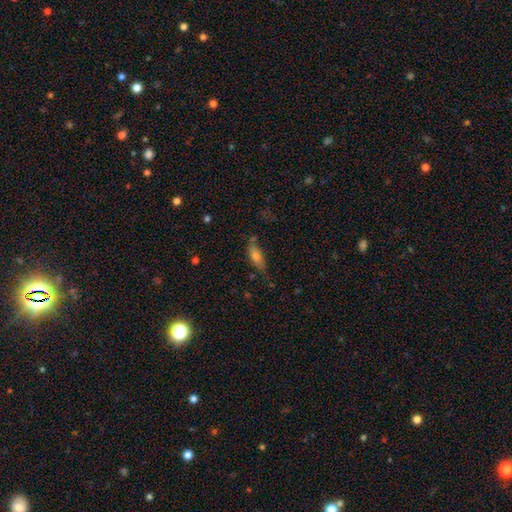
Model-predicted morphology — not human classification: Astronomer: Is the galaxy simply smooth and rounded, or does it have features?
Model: smooth — 63%.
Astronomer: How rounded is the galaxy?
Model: in between — 61%.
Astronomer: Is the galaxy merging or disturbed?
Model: none — 60%.